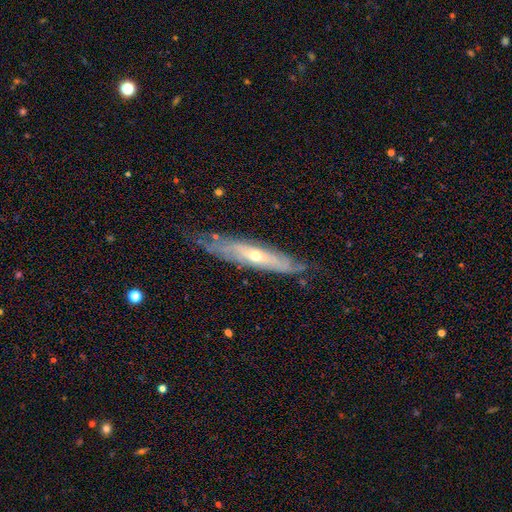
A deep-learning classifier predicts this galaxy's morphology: Q: Smooth or featured?
A: featured or disk (73%); runner-up: smooth (21%)
Q: Edge-on disk?
A: yes (52%); runner-up: no (48%)
Q: Merging?
A: none (67%); runner-up: minor disturbance (24%)